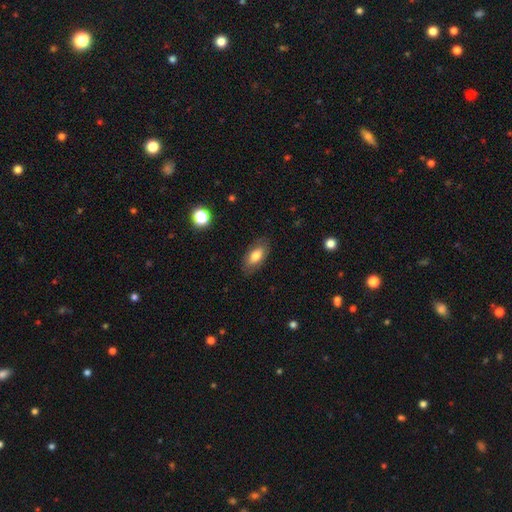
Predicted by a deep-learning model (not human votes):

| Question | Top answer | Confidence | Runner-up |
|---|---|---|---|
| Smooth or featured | smooth | 76% | featured or disk (17%) |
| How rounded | in between | 89% | cigar-shaped (8%) |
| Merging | none | 83% | minor disturbance (12%) |